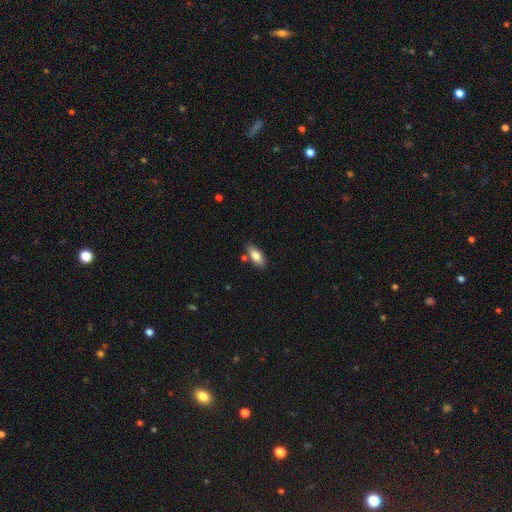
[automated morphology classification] Smooth or featured: smooth — 79% (featured or disk — 14%)
How rounded: in between — 83% (cigar-shaped — 14%)
Merging: none — 79% (minor disturbance — 13%)